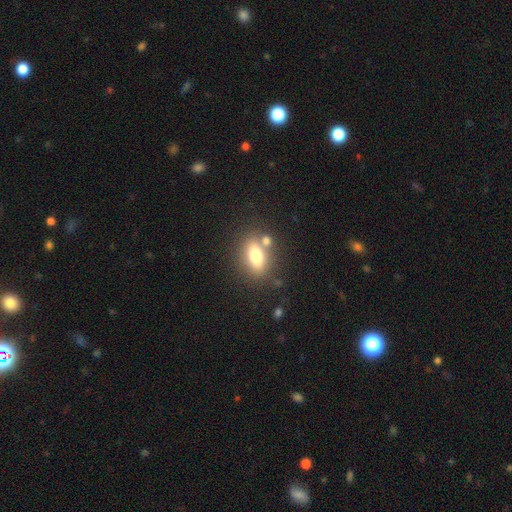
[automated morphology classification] This is likely a smooth galaxy (71%). How rounded: likely in between (78%). Merging: likely none (66%).